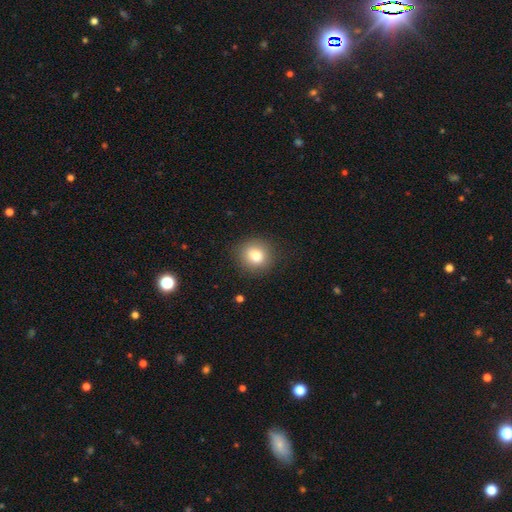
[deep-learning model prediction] Smooth or featured?
  - smooth: 81% *
  - star or artifact: 10%
  - featured or disk: 9%
How rounded?
  - round: 87% *
  - in between: 12%
  - cigar-shaped: 1%
Merging?
  - none: 88% *
  - minor disturbance: 8%
  - major disturbance: 3%
  - merger: 1%